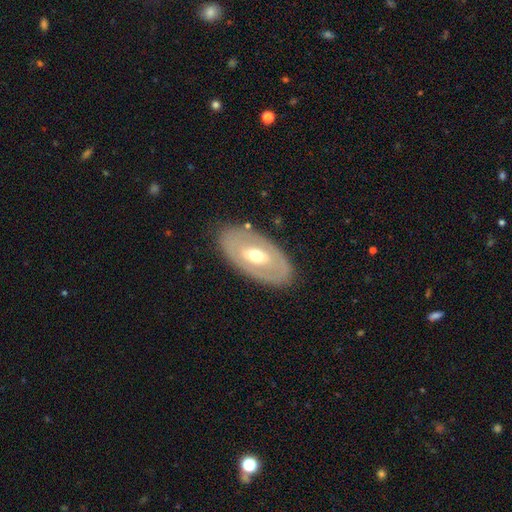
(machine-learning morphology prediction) Q: Smooth or featured?
A: featured or disk (59%); runner-up: smooth (36%)
Q: Edge-on disk?
A: no (86%); runner-up: yes (14%)
Q: Bar?
A: no (66%); runner-up: weak (23%)
Q: Spiral arms?
A: no (85%); runner-up: yes (15%)
Q: Bulge size?
A: moderate (72%); runner-up: small (17%)
Q: Merging?
A: none (83%); runner-up: minor disturbance (11%)